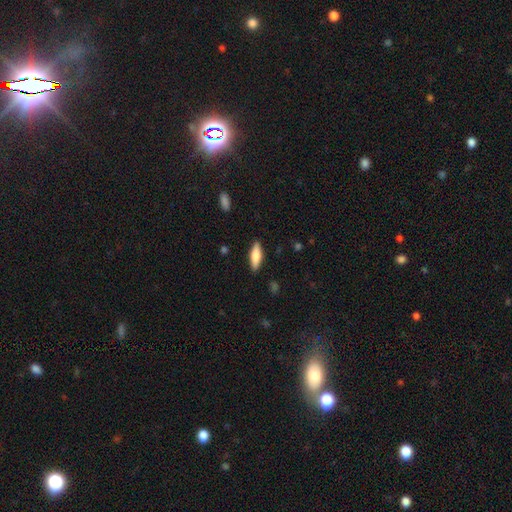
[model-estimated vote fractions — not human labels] This is likely a smooth galaxy (68%). How rounded: possibly in between (51%). Merging: clearly none (88%).